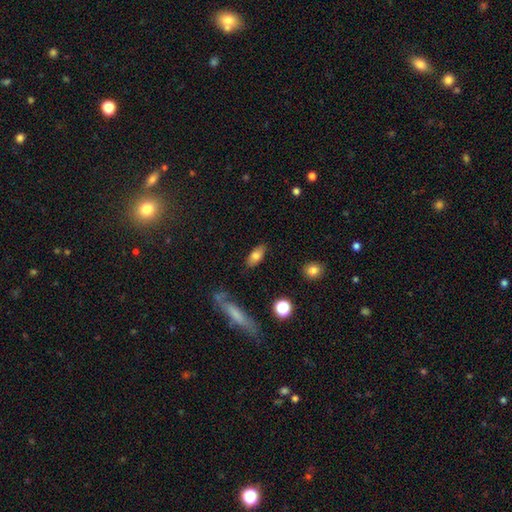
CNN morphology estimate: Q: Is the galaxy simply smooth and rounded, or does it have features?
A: smooth — 78%.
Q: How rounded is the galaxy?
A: in between — 84%.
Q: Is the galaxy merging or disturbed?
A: none — 84%.